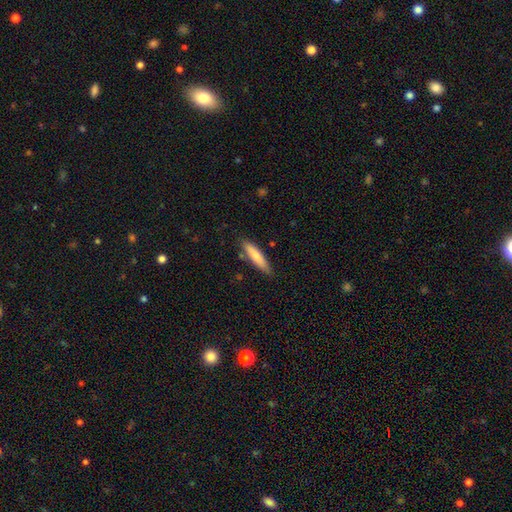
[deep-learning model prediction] The model was most divided on "smooth or featured": smooth: 74%, featured or disk: 21%, star or artifact: 6%. More confident: merging — none (82%); how rounded — cigar-shaped (80%).